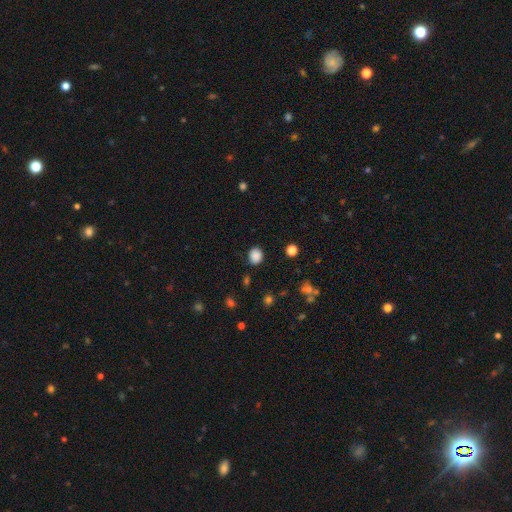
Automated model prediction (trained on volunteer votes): smooth-or-featured: smooth: 85% | star or artifact: 11% | featured or disk: 4%
  how-rounded: round: 64% | in between: 35% | cigar-shaped: 1%
  merging: none: 82% | minor disturbance: 13% | major disturbance: 3% | merger: 2%